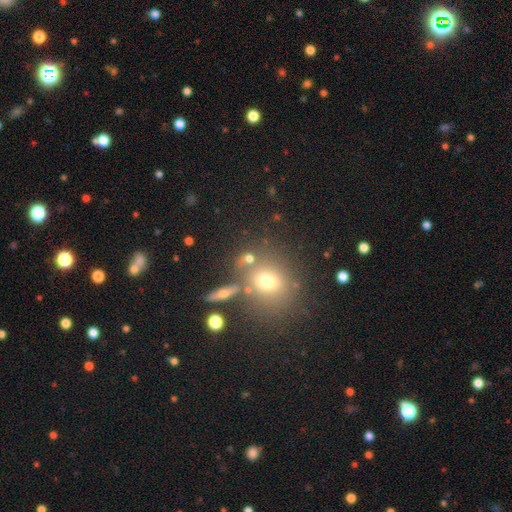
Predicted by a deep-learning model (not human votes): A smooth galaxy with no disk features (55%) that is round (80%). Merging: none (71%).